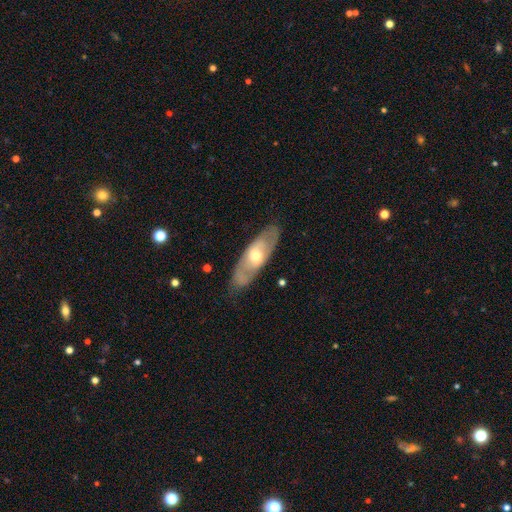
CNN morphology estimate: Overall: featured or disk (55%; smooth 39%). Edge-on disk: no (75%). Merging: none (81%).